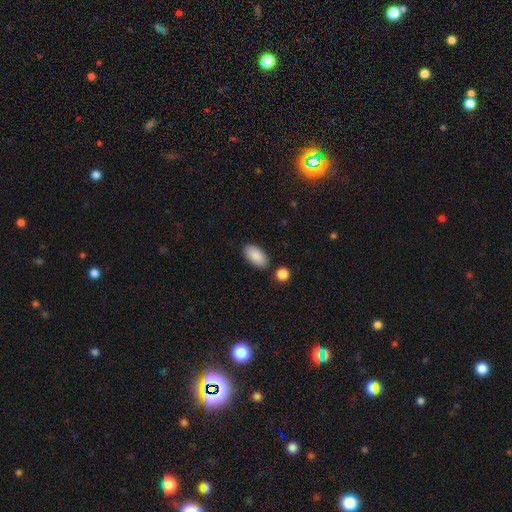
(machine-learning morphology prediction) A smooth galaxy with no disk features (89%) that is in between round and cigar-shaped (94%).

Vote fractions:
- Smooth or featured? smooth: 89% / star or artifact: 6% / featured or disk: 5%
- How rounded? in between: 94% / cigar-shaped: 3% / round: 3%
- Merging? none: 81% / minor disturbance: 11% / merger: 5% / major disturbance: 3%